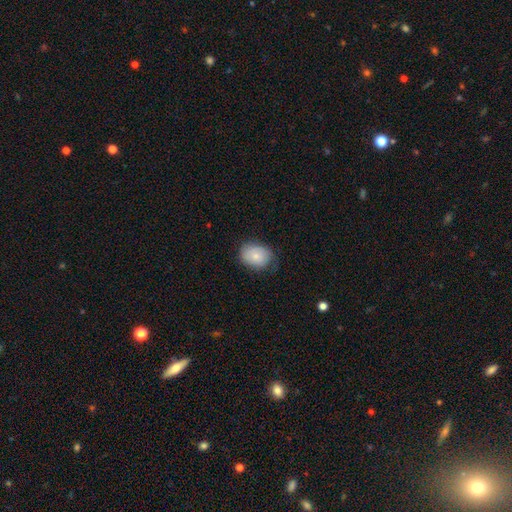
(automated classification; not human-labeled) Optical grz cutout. It shows a smooth galaxy with no disk features (78%) that is in between round and cigar-shaped (65%). Merging: none (67%).